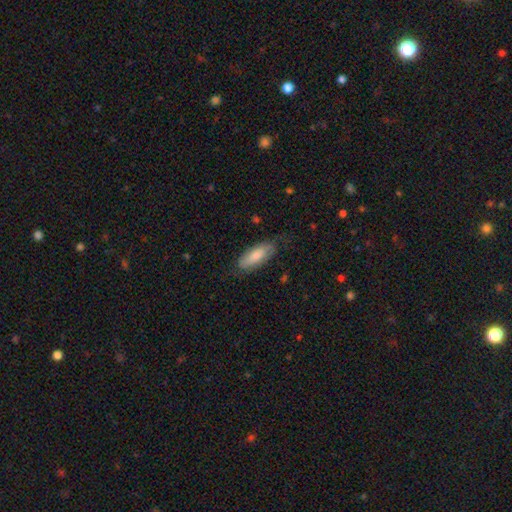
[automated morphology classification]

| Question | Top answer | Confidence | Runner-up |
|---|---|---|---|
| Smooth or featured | smooth | 76% | featured or disk (18%) |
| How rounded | in between | 73% | cigar-shaped (25%) |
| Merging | none | 73% | minor disturbance (21%) |